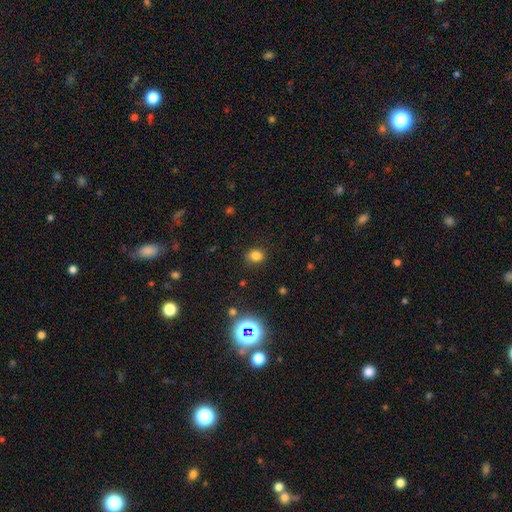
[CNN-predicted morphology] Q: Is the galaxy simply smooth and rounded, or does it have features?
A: smooth — 78%.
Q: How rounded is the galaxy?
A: round — 54%.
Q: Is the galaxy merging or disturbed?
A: none — 85%.